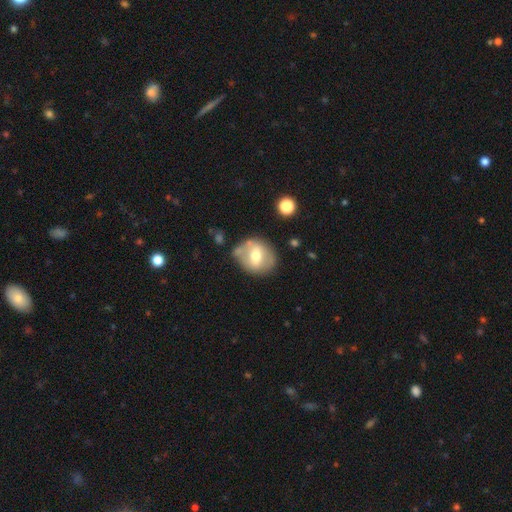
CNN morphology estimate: smooth_or_featured: smooth (p=0.51) [alt: featured or disk p=0.42]
how_rounded: round (p=0.63) [alt: in between p=0.35]
merging: none (p=0.69) [alt: minor disturbance p=0.18]